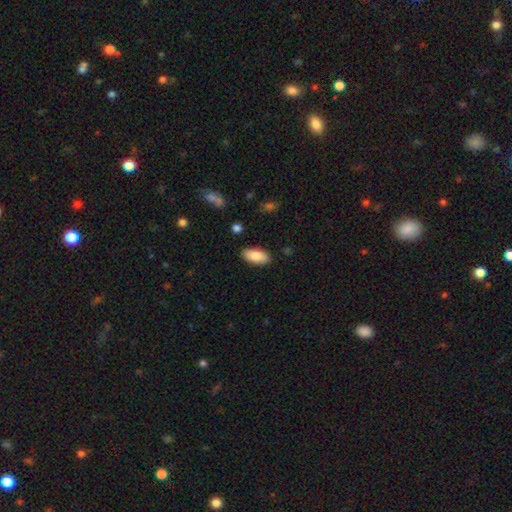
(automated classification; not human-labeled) A smooth galaxy with no disk features (85%) that is in between round and cigar-shaped (90%). Merging: none (87%).